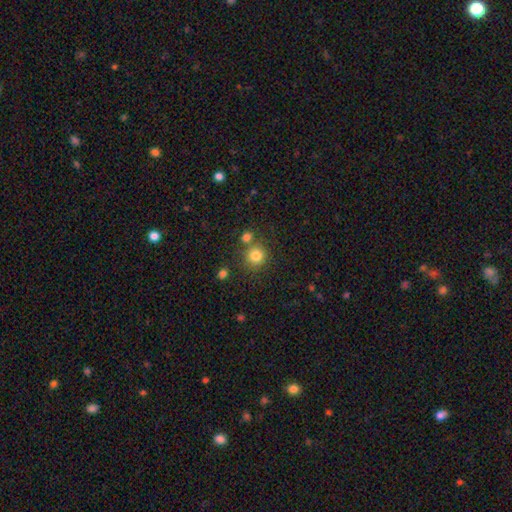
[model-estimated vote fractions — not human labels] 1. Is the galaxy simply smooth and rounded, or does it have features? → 81% smooth, 12% star or artifact, 7% featured or disk.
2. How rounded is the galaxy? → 90% round, 9% in between, 1% cigar-shaped.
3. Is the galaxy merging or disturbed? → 73% none, 15% merger, 9% minor disturbance, 3% major disturbance.